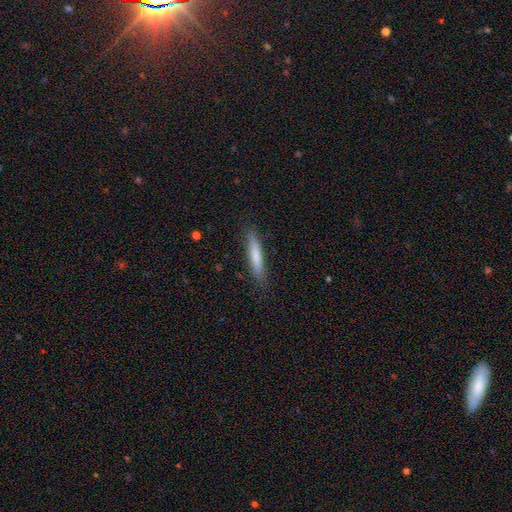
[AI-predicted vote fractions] Smooth or featured? Predicted: smooth (p=0.73). How rounded? Predicted: cigar-shaped (p=0.90). Merging? Predicted: none (p=0.86).